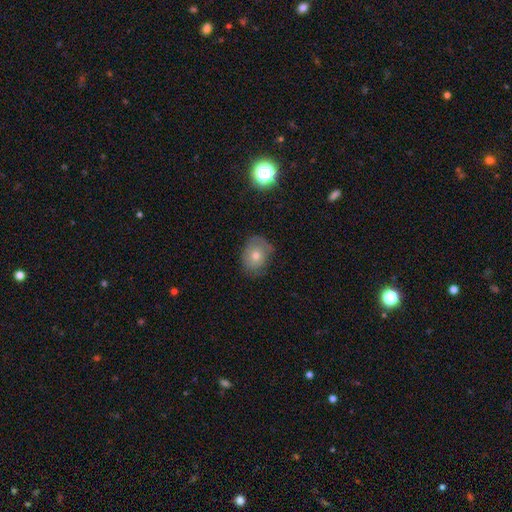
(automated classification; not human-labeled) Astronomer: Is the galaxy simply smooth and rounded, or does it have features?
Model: smooth — 67%.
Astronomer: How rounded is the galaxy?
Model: round — 50% (runner-up: in between, 49%).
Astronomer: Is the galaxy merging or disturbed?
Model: none — 62%.